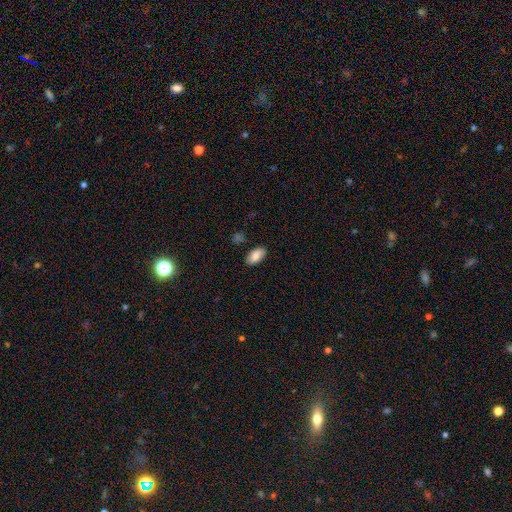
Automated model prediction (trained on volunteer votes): A smooth galaxy with no disk features (85%) that is in between round and cigar-shaped (93%). Merging: none (85%).